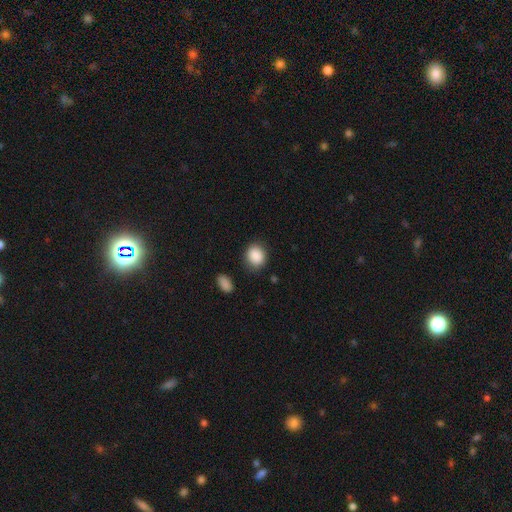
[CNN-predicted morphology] Q: Smooth or featured?
A: smooth (89%); runner-up: star or artifact (8%)
Q: How rounded?
A: round (64%); runner-up: in between (35%)
Q: Merging?
A: none (80%); runner-up: minor disturbance (13%)